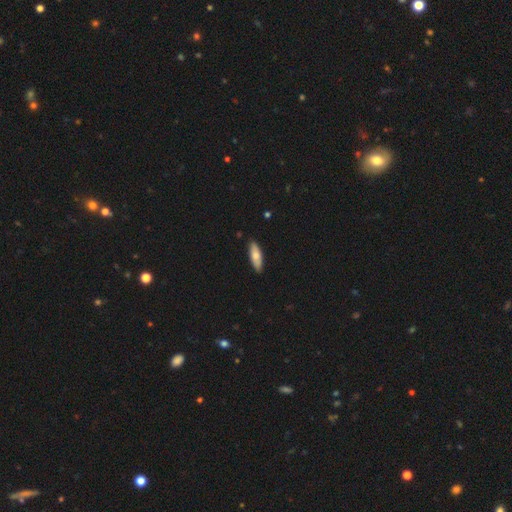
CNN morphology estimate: Q: Smooth or featured?
A: smooth (73%); runner-up: featured or disk (21%)
Q: How rounded?
A: in between (53%); runner-up: cigar-shaped (45%)
Q: Merging?
A: none (87%); runner-up: minor disturbance (10%)